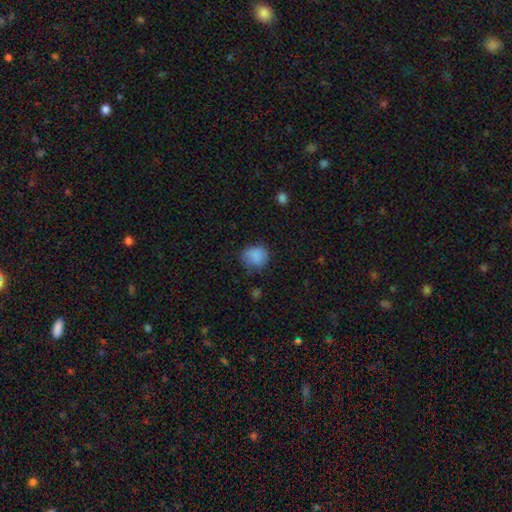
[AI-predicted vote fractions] A smooth galaxy with no disk features (83%) that is round (71%). Merging: none (61%).